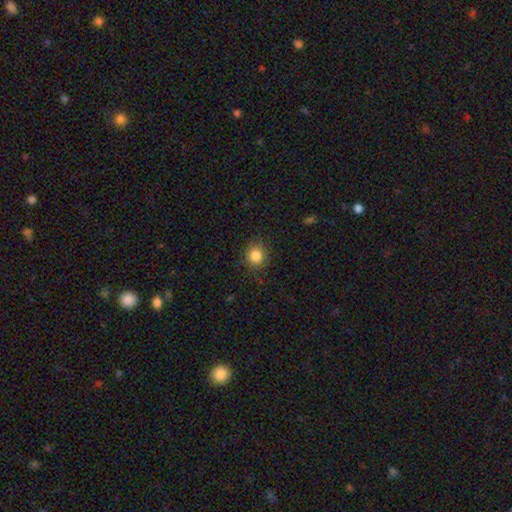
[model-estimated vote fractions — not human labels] Smooth or featured?
  - smooth: 85% *
  - star or artifact: 10%
  - featured or disk: 4%
How rounded?
  - round: 86% *
  - in between: 13%
  - cigar-shaped: 1%
Merging?
  - none: 88% *
  - minor disturbance: 9%
  - major disturbance: 3%
  - merger: 1%